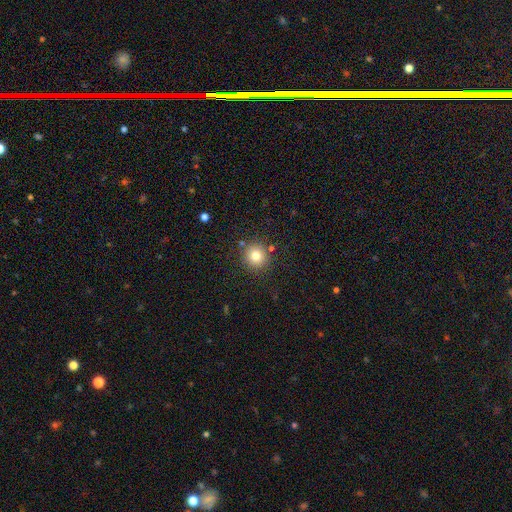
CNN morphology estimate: Smooth or featured: smooth — 79% (star or artifact — 13%)
How rounded: round — 91% (in between — 8%)
Merging: none — 86% (minor disturbance — 8%)